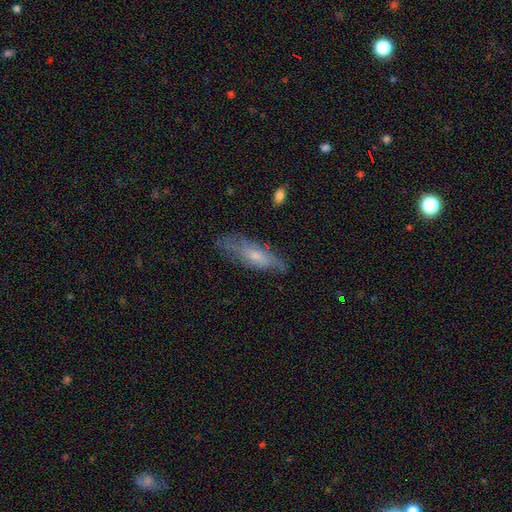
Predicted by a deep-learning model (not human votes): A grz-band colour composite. It shows a featured or disk galaxy (53%). Merging: none (66%).